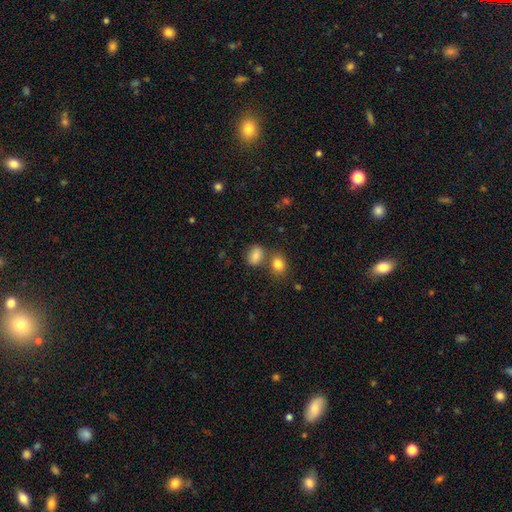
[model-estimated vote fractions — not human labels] Smooth or featured: smooth — 82% (star or artifact — 10%)
How rounded: in between — 66% (round — 32%)
Merging: none — 59% (merger — 26%)